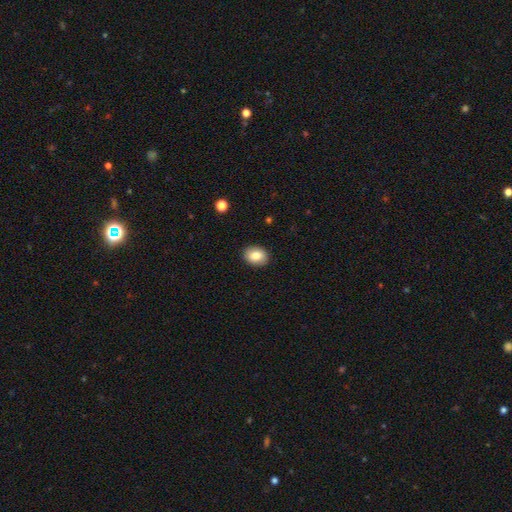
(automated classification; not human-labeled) Q: Smooth or featured?
A: smooth (84%); runner-up: featured or disk (8%)
Q: How rounded?
A: in between (61%); runner-up: round (38%)
Q: Merging?
A: none (90%); runner-up: minor disturbance (7%)